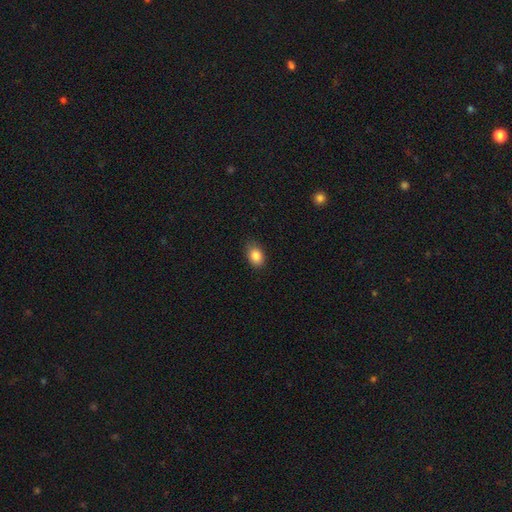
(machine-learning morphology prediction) A smooth galaxy with no disk features (85%) that is in between round and cigar-shaped (78%). Merging: none (82%).